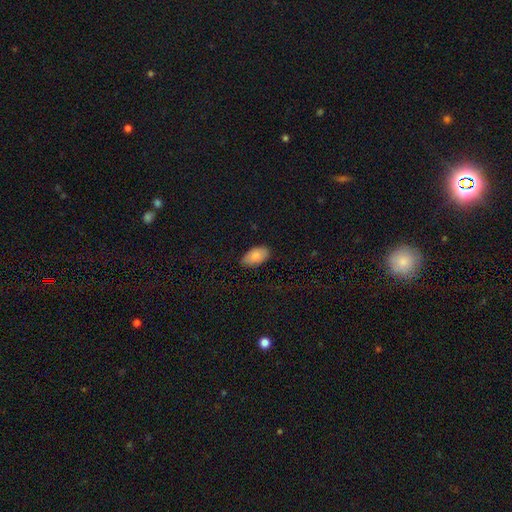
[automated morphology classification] A smooth galaxy with no disk features (87%) that is in between round and cigar-shaped (94%).

Vote fractions:
- Smooth or featured? smooth: 87% / star or artifact: 7% / featured or disk: 7%
- How rounded? in between: 94% / round: 3% / cigar-shaped: 2%
- Merging? none: 82% / minor disturbance: 14% / major disturbance: 3% / merger: 1%